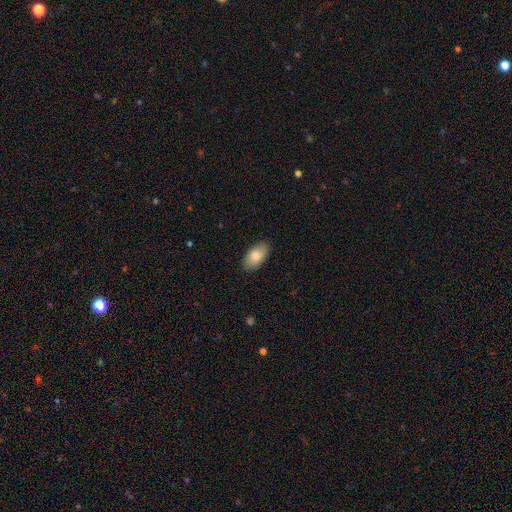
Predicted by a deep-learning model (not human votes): Smooth or featured? smooth (82%)
How rounded? in between (94%)
Merging? none (87%)